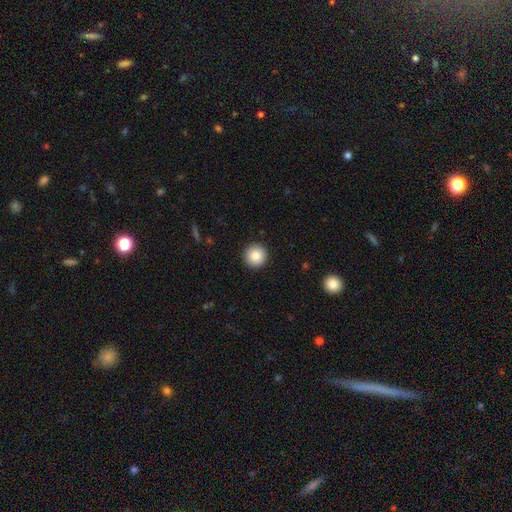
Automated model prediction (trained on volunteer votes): Q: Smooth or featured?
A: smooth (84%); runner-up: star or artifact (9%)
Q: How rounded?
A: round (96%); runner-up: in between (3%)
Q: Merging?
A: none (93%); runner-up: minor disturbance (5%)